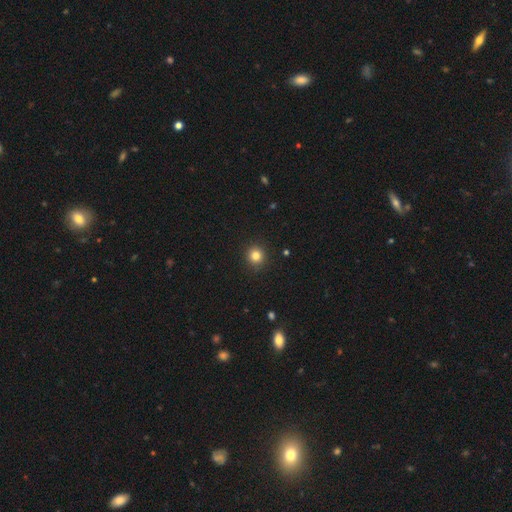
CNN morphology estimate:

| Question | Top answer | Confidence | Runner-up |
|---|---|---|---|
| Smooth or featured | smooth | 82% | star or artifact (13%) |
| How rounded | round | 93% | in between (6%) |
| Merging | none | 92% | minor disturbance (5%) |